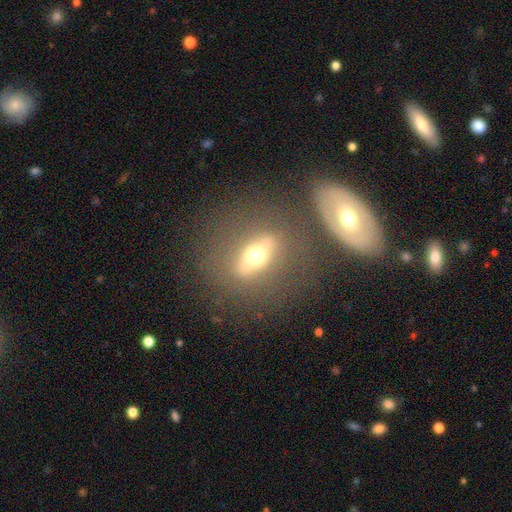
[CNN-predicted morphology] type=featured or disk (52%); edge-on=no (58%); merging=none (61%).